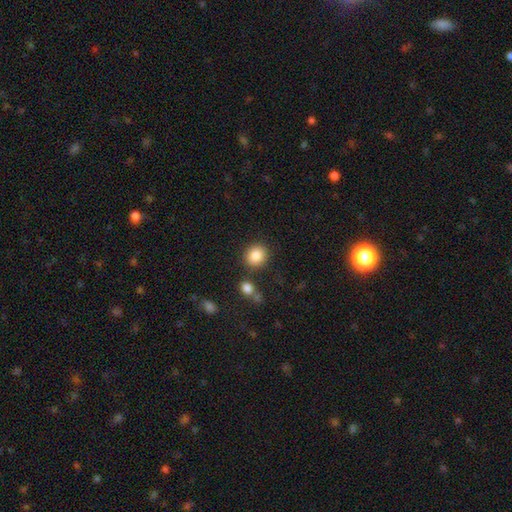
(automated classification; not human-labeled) Overall: smooth (86%). How rounded: round (82%). Merging: none (83%).